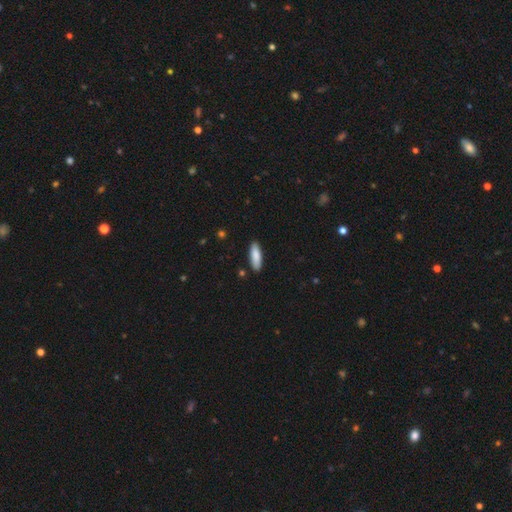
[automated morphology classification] type=smooth (87%); roundness=in between (54%); merging=none (88%).